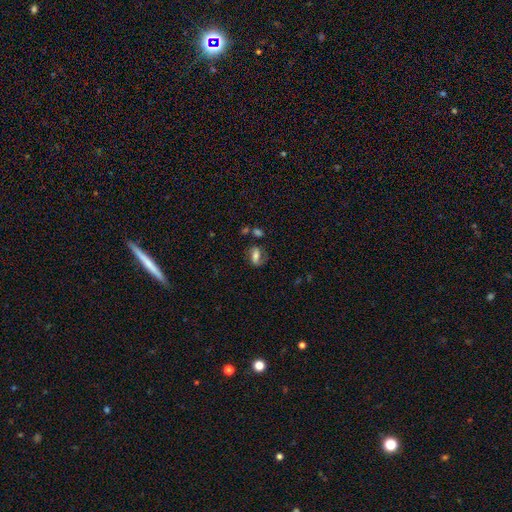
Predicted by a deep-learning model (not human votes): Morphology: type=smooth (48%); merging=none (58%).